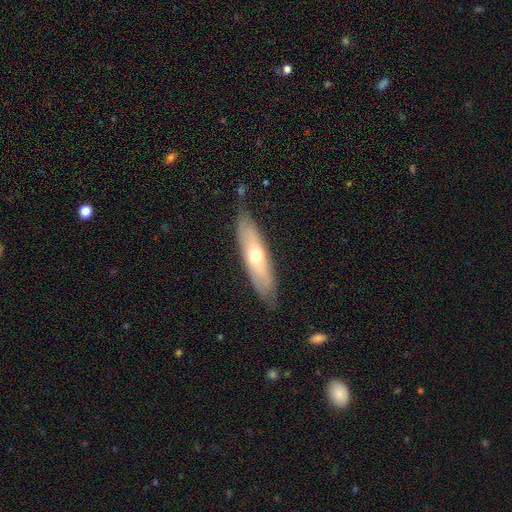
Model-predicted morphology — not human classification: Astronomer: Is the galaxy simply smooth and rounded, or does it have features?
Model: smooth — 51% (runner-up: featured or disk, 43%).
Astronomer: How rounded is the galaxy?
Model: cigar-shaped — 60% (runner-up: in between, 38%).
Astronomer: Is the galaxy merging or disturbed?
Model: none — 77%.